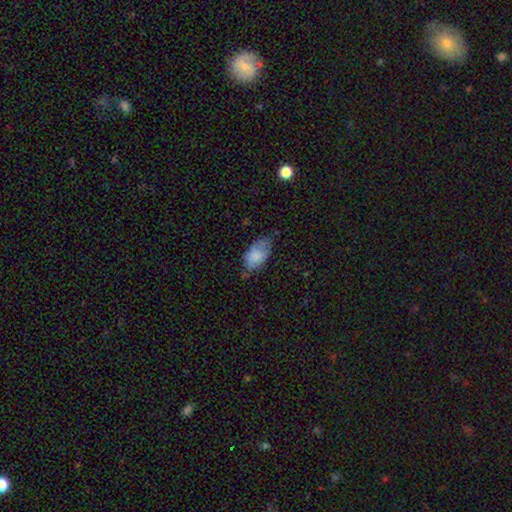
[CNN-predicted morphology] Smooth or featured?
  - smooth: 81% *
  - featured or disk: 12%
  - star or artifact: 7%
How rounded?
  - in between: 94% *
  - round: 4%
  - cigar-shaped: 2%
Merging?
  - none: 53% *
  - minor disturbance: 35%
  - major disturbance: 10%
  - merger: 2%